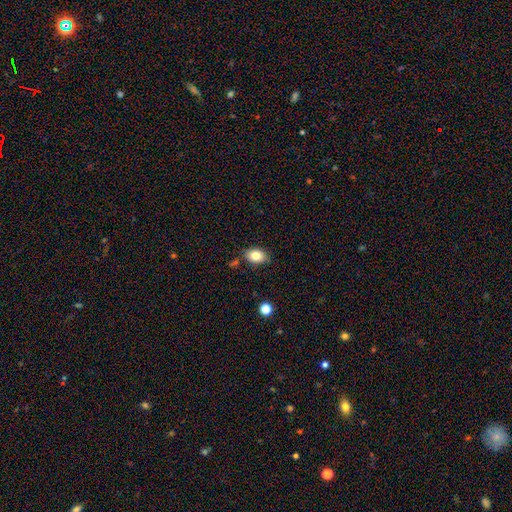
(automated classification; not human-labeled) smooth 82%, featured or disk 9%, star or artifact 8%. Down the decision tree: how rounded — in between (83%); merging — none (79%).